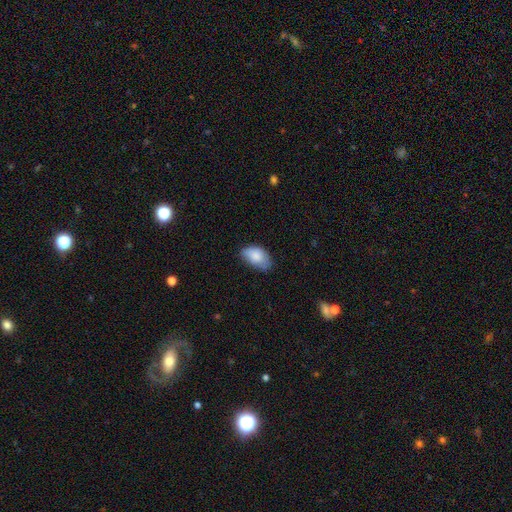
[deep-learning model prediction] Smooth or featured: smooth — 82% (featured or disk — 12%)
How rounded: in between — 92% (round — 6%)
Merging: none — 56% (minor disturbance — 35%)